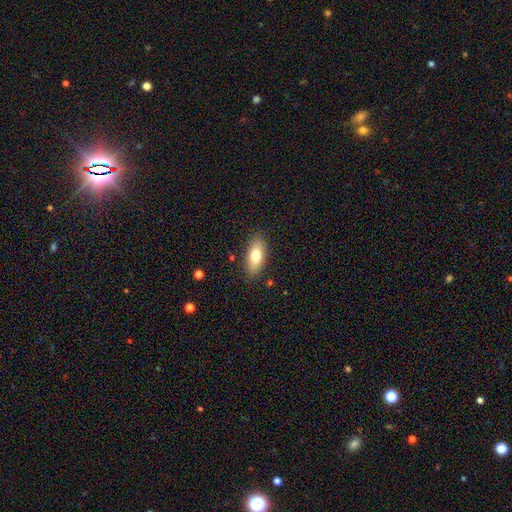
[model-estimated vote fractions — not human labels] Smooth or featured? smooth (77%)
How rounded? in between (84%)
Merging? none (86%)